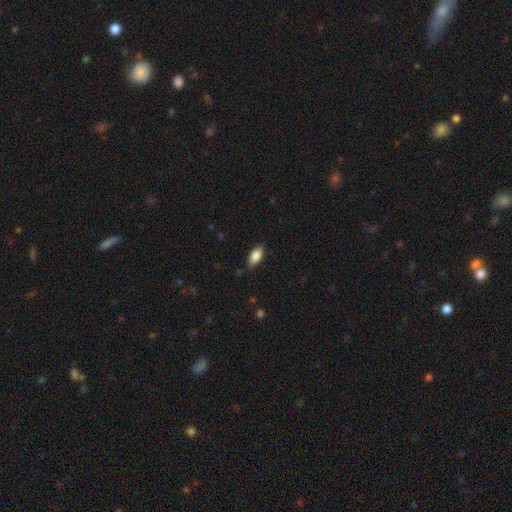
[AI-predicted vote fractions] Overall: smooth (86%). How rounded: in between (90%). Merging: none (79%).